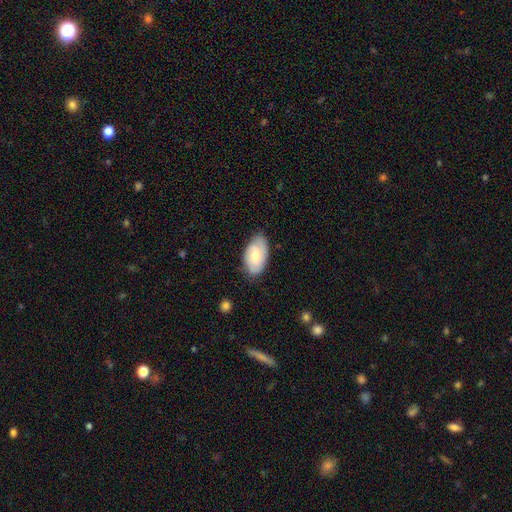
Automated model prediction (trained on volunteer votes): This is possibly a smooth galaxy (56%). How rounded: clearly in between (94%). Merging: likely none (72%).